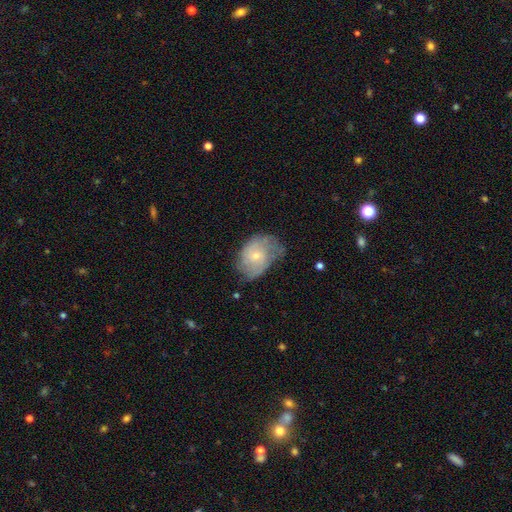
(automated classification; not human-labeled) Q: Smooth or featured?
A: featured or disk (66%); runner-up: smooth (27%)
Q: Edge-on disk?
A: no (97%); runner-up: yes (3%)
Q: Bar?
A: no (71%); runner-up: weak (26%)
Q: Spiral arms?
A: yes (85%); runner-up: no (15%)
Q: Spiral winding?
A: tight (43%); runner-up: medium (39%)
Q: Spiral arm count?
A: 2 (40%); runner-up: can't tell (36%)
Q: Bulge size?
A: small (66%); runner-up: moderate (30%)
Q: Merging?
A: none (49%); runner-up: minor disturbance (33%)